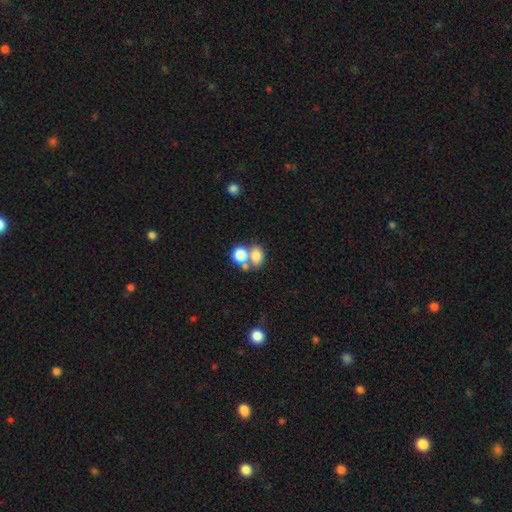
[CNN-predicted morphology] Smooth or featured? Predicted: smooth (p=0.77). How rounded? Predicted: in between (p=0.57). Merging? Predicted: merger (p=0.48).